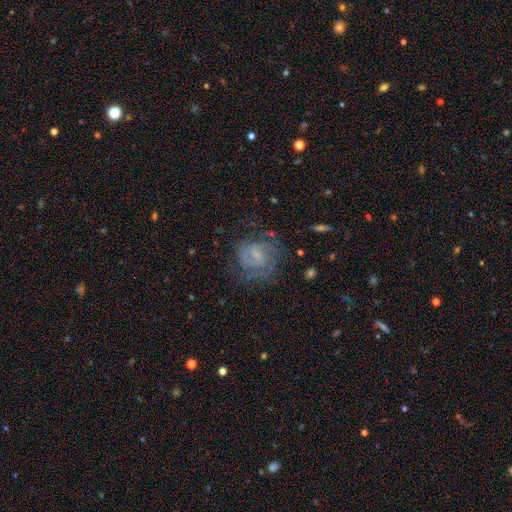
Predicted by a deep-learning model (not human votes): A featured or disk galaxy (75%) with a weak bar (51%), 2 (43%) tight (52%) spiral arms (90%) and a small central bulge (50%). Merging: none (64%).